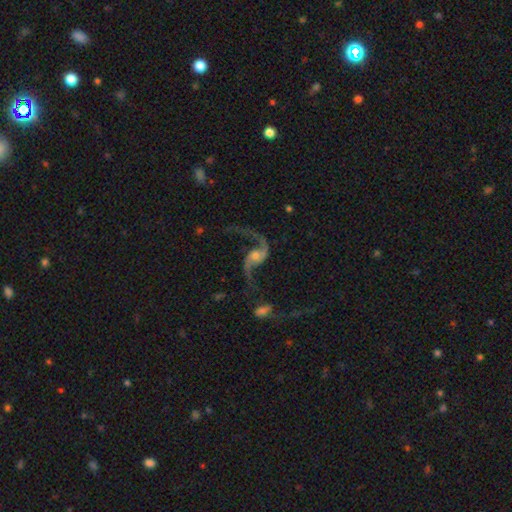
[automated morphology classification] This appears to be a featured or disk galaxy (90%) with no bar (59%), 2 (93%) loose (87%) spiral arms (97%) and a moderate central bulge (43%). Merging: none (54%).